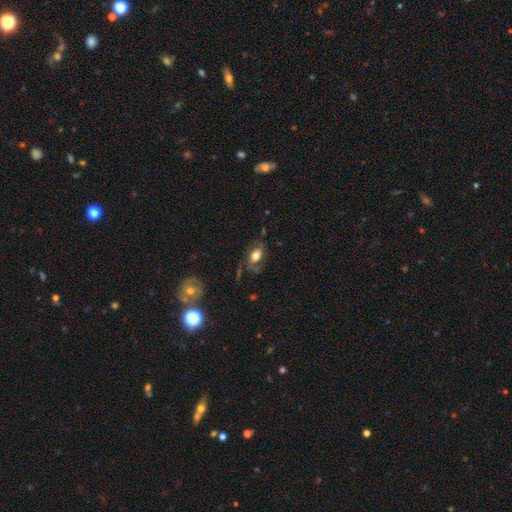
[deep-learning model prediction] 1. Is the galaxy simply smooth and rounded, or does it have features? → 61% smooth, 29% featured or disk, 9% star or artifact.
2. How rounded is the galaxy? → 84% in between, 13% round, 3% cigar-shaped.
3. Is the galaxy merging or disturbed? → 57% none, 24% minor disturbance, 15% major disturbance, 5% merger.